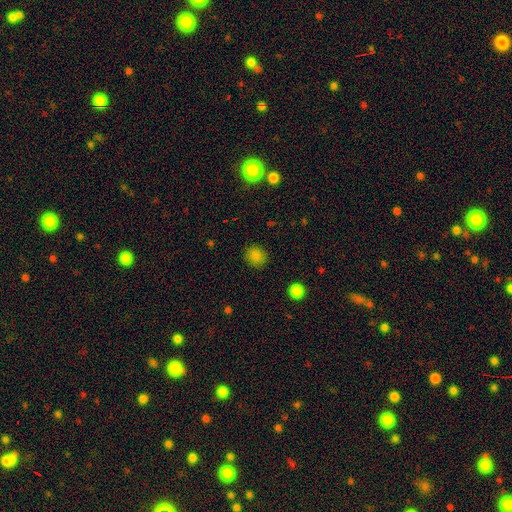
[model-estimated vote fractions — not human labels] Q: Smooth or featured?
A: smooth (83%); runner-up: star or artifact (14%)
Q: How rounded?
A: round (84%); runner-up: in between (15%)
Q: Merging?
A: none (87%); runner-up: minor disturbance (8%)